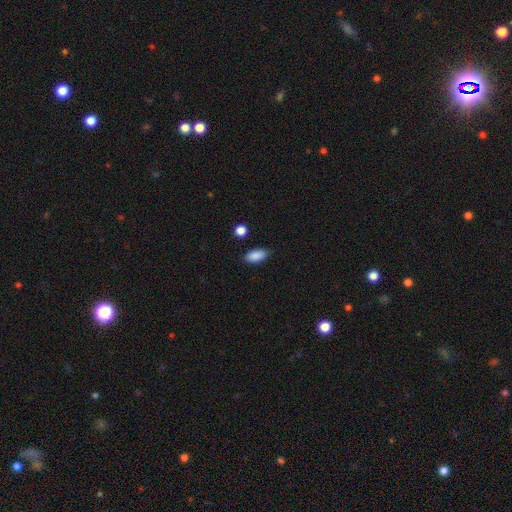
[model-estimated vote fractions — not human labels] smooth_or_featured: smooth (p=0.89) [alt: star or artifact p=0.07]
how_rounded: in between (p=0.89) [alt: cigar-shaped p=0.08]
merging: none (p=0.82) [alt: minor disturbance p=0.13]